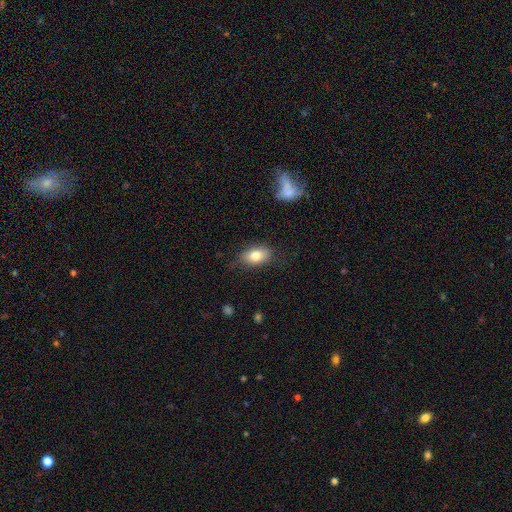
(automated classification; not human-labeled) The model was most divided on "merging": none: 79%, minor disturbance: 15%, major disturbance: 4%, merger: 1%. More confident: how rounded — in between (88%); smooth or featured — smooth (81%).